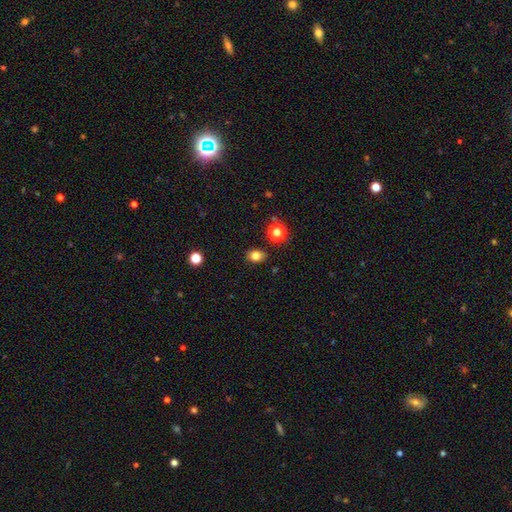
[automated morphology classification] smooth 81%, star or artifact 13%, featured or disk 7%. Down the decision tree: how rounded — in between (59%); merging — none (85%).